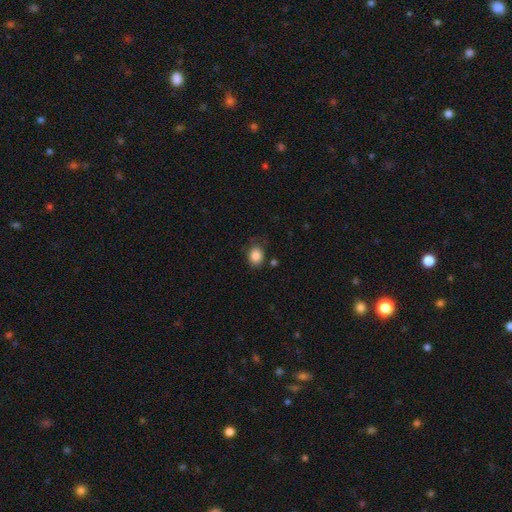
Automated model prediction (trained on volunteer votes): Smooth or featured? Predicted: smooth (p=0.85). How rounded? Predicted: round (p=0.54). Merging? Predicted: none (p=0.75).